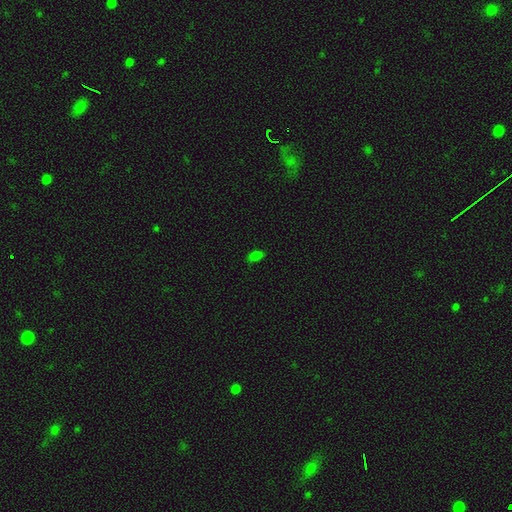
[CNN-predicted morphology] This is likely a smooth galaxy (76%). How rounded: clearly in between (89%). Merging: clearly none (81%).